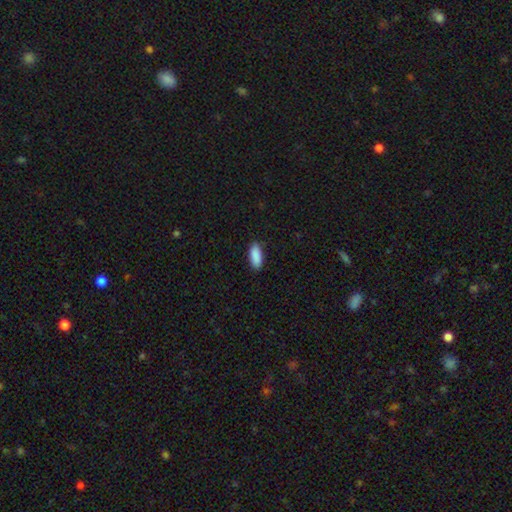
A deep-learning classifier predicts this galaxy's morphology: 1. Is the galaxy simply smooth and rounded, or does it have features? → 90% smooth, 6% star or artifact, 3% featured or disk.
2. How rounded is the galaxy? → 82% in between, 16% cigar-shaped, 2% round.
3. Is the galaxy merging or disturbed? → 87% none, 10% minor disturbance, 2% major disturbance, 1% merger.